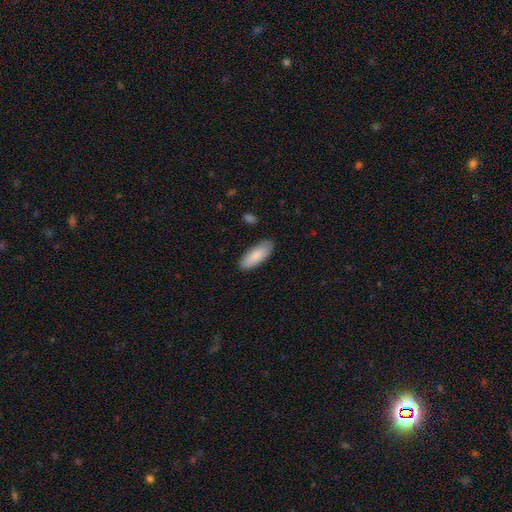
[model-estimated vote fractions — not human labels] A smooth galaxy with no disk features (86%) that is in between round and cigar-shaped (74%).

Vote fractions:
- Smooth or featured? smooth: 86% / featured or disk: 9% / star or artifact: 5%
- How rounded? in between: 74% / cigar-shaped: 24% / round: 2%
- Merging? none: 85% / minor disturbance: 11% / major disturbance: 2% / merger: 1%